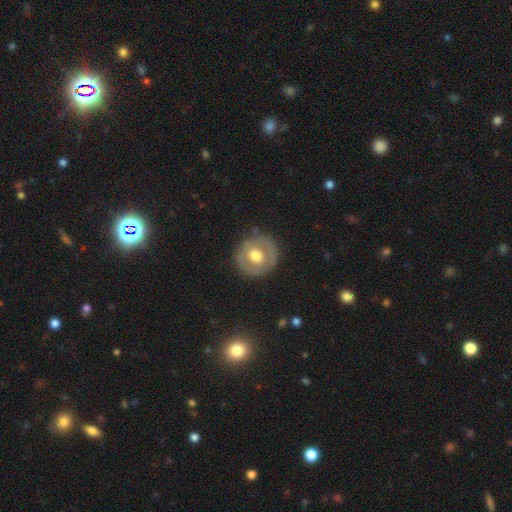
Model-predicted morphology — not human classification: The model was most divided on "smooth or featured": smooth: 52%, featured or disk: 41%, star or artifact: 6%. More confident: how rounded — round (91%); merging — none (83%).